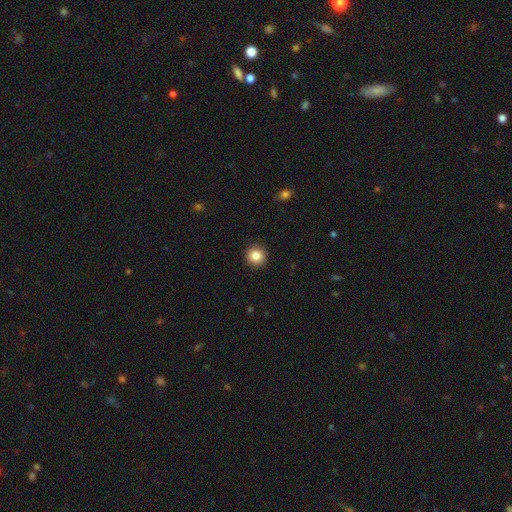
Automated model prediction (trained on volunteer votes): Smooth or featured? Predicted: smooth (p=0.85). How rounded? Predicted: round (p=0.94). Merging? Predicted: none (p=0.92).